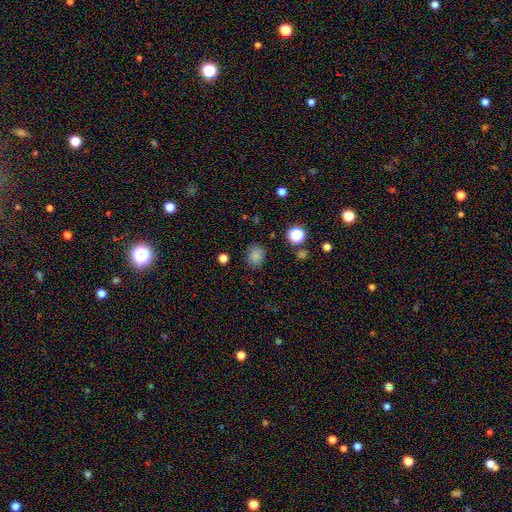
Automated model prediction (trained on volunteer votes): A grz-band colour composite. It shows a smooth galaxy with no disk features (81%) that is round (65%). Merging: none (82%).